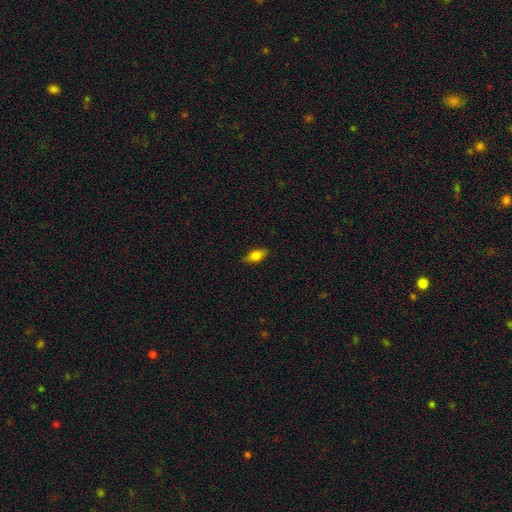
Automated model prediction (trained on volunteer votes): This appears to be a smooth galaxy with no disk features (78%) that is in between round and cigar-shaped (85%). Merging: none (86%).